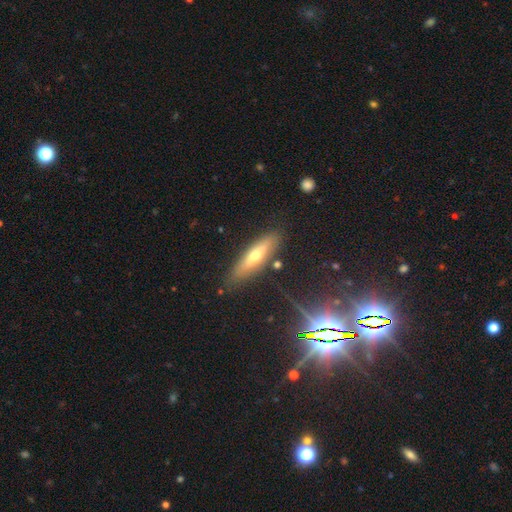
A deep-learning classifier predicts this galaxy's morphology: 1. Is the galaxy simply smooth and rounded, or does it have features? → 46% smooth, 44% featured or disk, 10% star or artifact.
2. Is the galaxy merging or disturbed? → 83% none, 12% minor disturbance, 3% merger, 3% major disturbance.